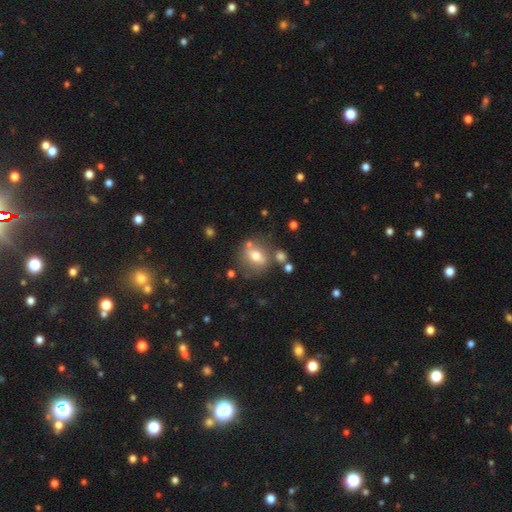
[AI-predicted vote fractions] Morphology: type=smooth (57%); roundness=round (54%); merging=none (67%).